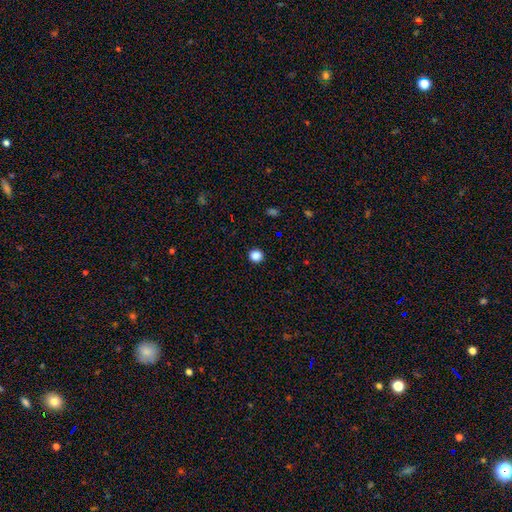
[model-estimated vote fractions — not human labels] Smooth or featured: smooth — 86% (star or artifact — 11%)
How rounded: round — 92% (in between — 7%)
Merging: none — 93% (minor disturbance — 5%)